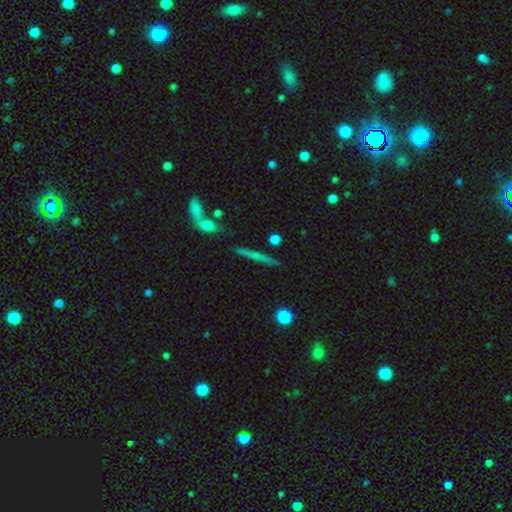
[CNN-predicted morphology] type=smooth (45%, tied with featured or disk); merging=none (79%).